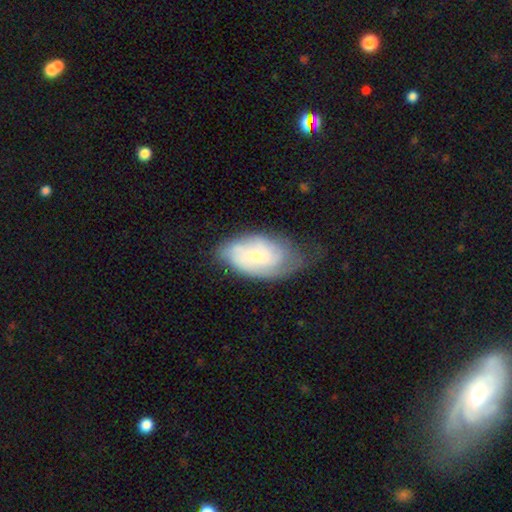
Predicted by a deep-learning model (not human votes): This appears to be a featured or disk galaxy (57%) with no bar (63%), spiral arms (83%) and a small central bulge (66%). Merging: none (50%).